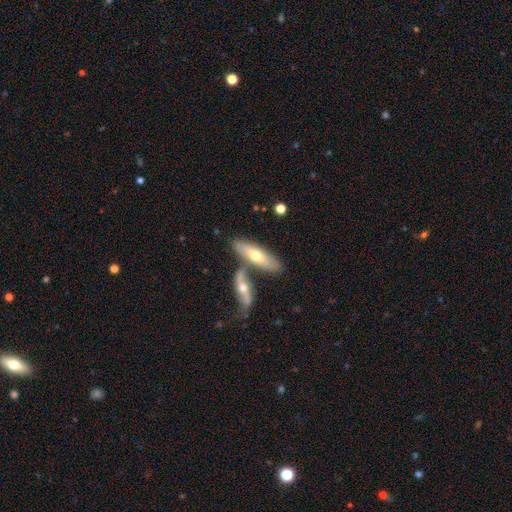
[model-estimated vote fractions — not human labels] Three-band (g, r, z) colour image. It shows a smooth galaxy with no disk features (53%) that is cigar-shaped (50%). Merging: none (48%).